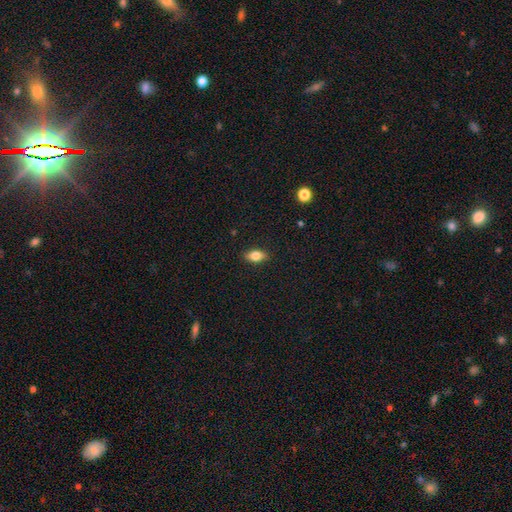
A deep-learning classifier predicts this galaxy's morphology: This is likely a smooth galaxy (72%). How rounded: clearly in between (84%). Merging: clearly none (88%).